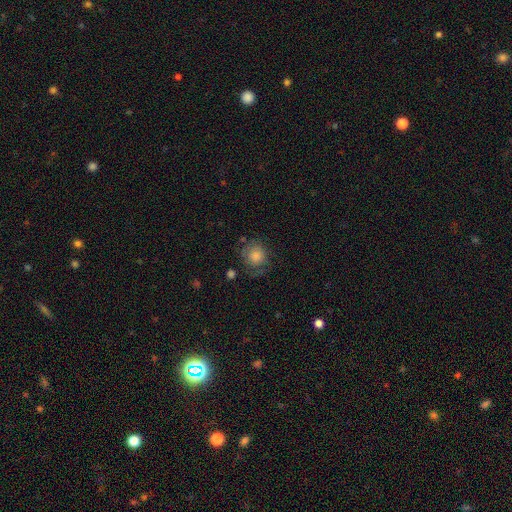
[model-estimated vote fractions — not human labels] This appears to be a smooth galaxy with no disk features (67%) that is round (84%). Merging: none (64%).